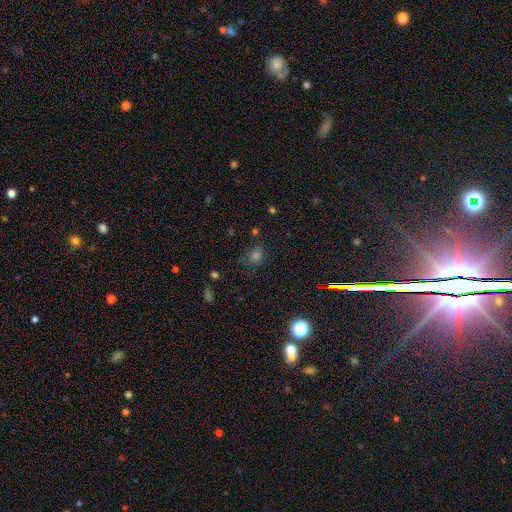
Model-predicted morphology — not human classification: type=smooth (57%); roundness=round (61%); merging=none (70%).